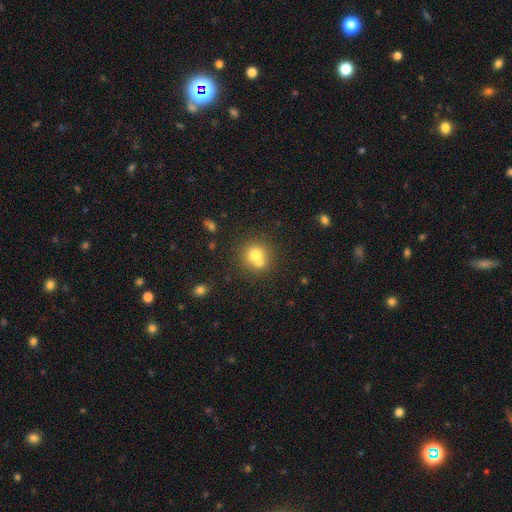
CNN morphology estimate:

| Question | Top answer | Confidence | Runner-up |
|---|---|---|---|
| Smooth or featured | smooth | 72% | featured or disk (16%) |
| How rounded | round | 86% | in between (13%) |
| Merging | none | 45% | merger (44%) |